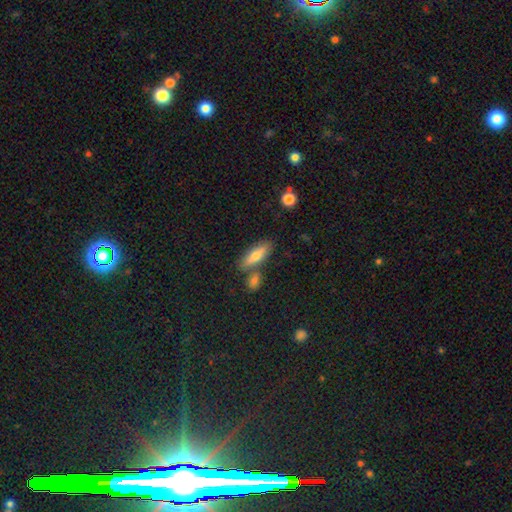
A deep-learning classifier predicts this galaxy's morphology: The model was most divided on "how rounded": cigar-shaped: 49%, in between: 48%, round: 3%. More confident: merging — none (70%); smooth or featured — smooth (66%).